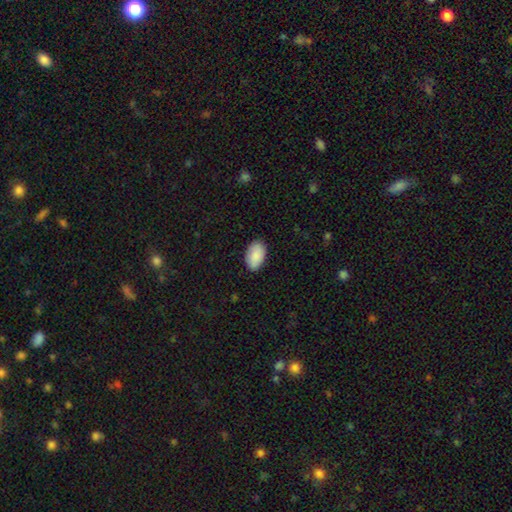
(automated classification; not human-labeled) Q: Smooth or featured?
A: smooth (89%); runner-up: star or artifact (6%)
Q: How rounded?
A: in between (94%); runner-up: round (5%)
Q: Merging?
A: none (84%); runner-up: minor disturbance (13%)